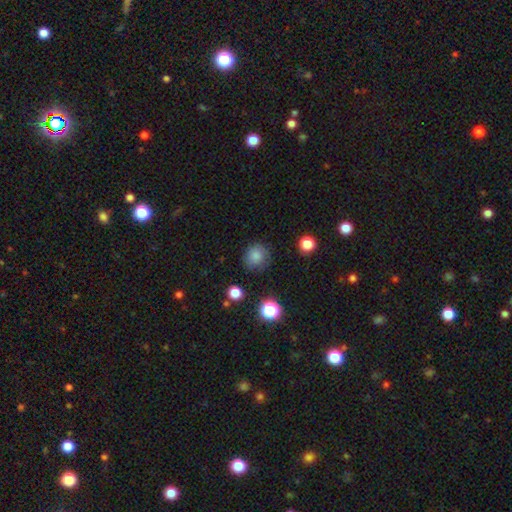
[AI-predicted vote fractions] A smooth galaxy with no disk features (81%) that is round (86%).

Vote fractions:
- Smooth or featured? smooth: 81% / star or artifact: 12% / featured or disk: 7%
- How rounded? round: 86% / in between: 13% / cigar-shaped: 1%
- Merging? none: 78% / minor disturbance: 15% / major disturbance: 5% / merger: 2%